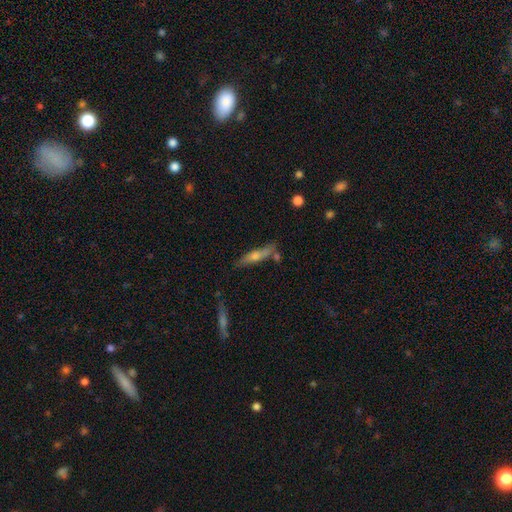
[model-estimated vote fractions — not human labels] Smooth or featured: featured or disk — 47% (smooth — 45%)
Merging: none — 71% (minor disturbance — 16%)